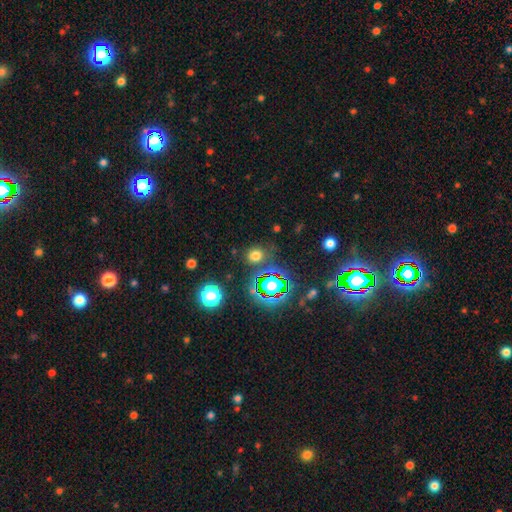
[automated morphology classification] A smooth galaxy with no disk features (63%) that is round (78%). Merging: none (81%).